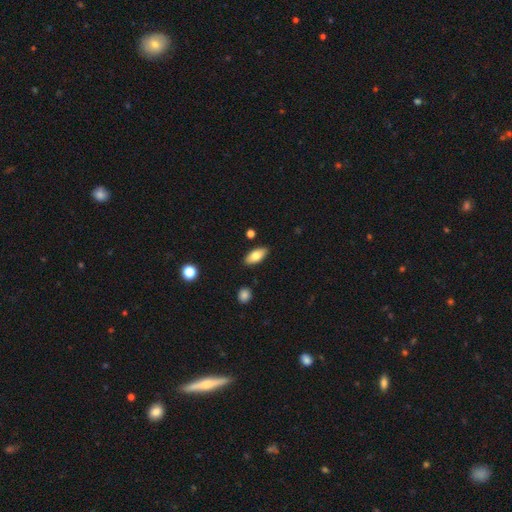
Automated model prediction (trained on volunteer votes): Q: Smooth or featured?
A: smooth (77%); runner-up: featured or disk (16%)
Q: How rounded?
A: in between (88%); runner-up: cigar-shaped (9%)
Q: Merging?
A: none (86%); runner-up: minor disturbance (9%)